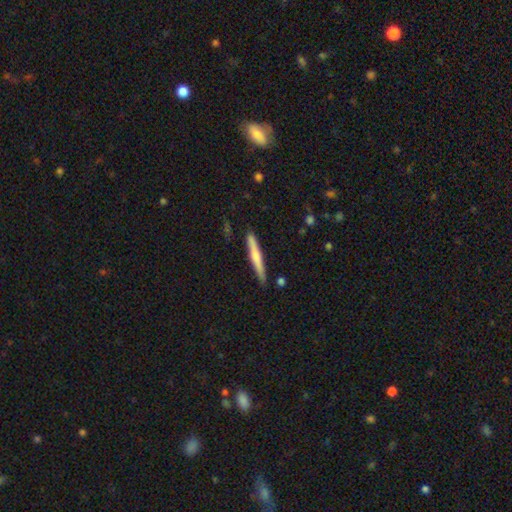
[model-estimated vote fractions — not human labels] Overall: smooth (51%; featured or disk 44%). How rounded: cigar-shaped (95%). Merging: none (87%).